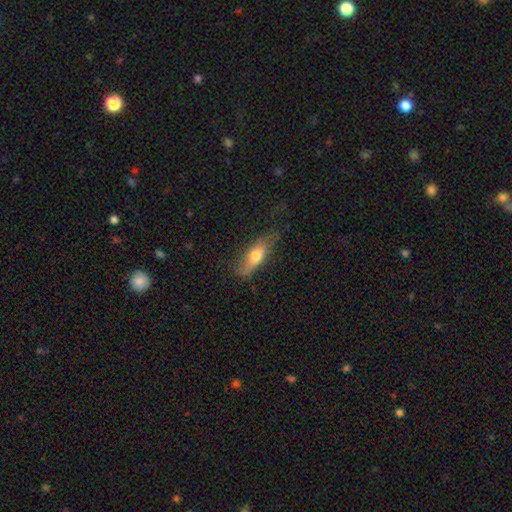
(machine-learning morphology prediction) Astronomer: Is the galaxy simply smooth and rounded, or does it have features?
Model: smooth — 64%.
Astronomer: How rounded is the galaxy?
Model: in between — 56% (runner-up: cigar-shaped, 41%).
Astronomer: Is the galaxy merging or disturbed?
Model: none — 63%.